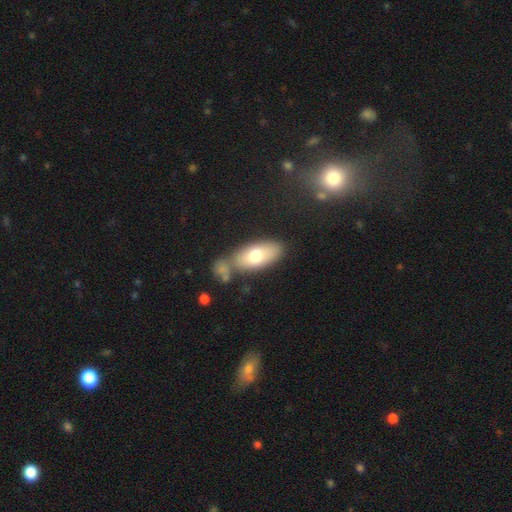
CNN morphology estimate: smooth-or-featured: smooth: 71% | featured or disk: 22% | star or artifact: 7%
  how-rounded: in between: 87% | cigar-shaped: 9% | round: 4%
  merging: none: 63% | merger: 17% | minor disturbance: 14% | major disturbance: 5%